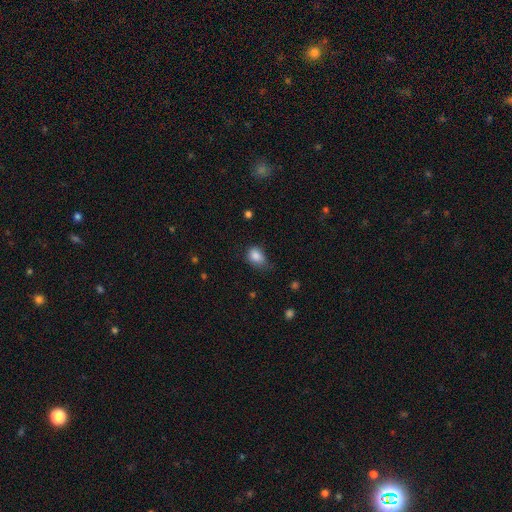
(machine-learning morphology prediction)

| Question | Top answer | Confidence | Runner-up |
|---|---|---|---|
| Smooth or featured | smooth | 85% | star or artifact (10%) |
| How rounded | in between | 64% | round (35%) |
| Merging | none | 49% | minor disturbance (38%) |